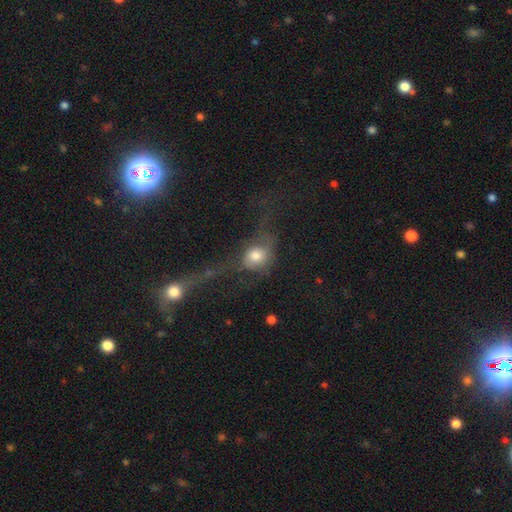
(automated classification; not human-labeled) smooth_or_featured: smooth (p=0.62) [alt: featured or disk p=0.26]
how_rounded: round (p=0.62) [alt: in between p=0.35]
merging: major disturbance (p=0.47) [alt: none p=0.26]